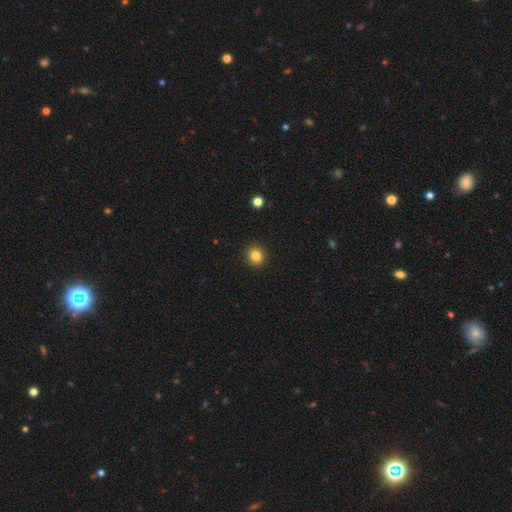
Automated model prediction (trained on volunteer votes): smooth-or-featured: smooth: 83% | star or artifact: 11% | featured or disk: 6%
  how-rounded: round: 87% | in between: 13% | cigar-shaped: 1%
  merging: none: 92% | minor disturbance: 5% | major disturbance: 2% | merger: 1%